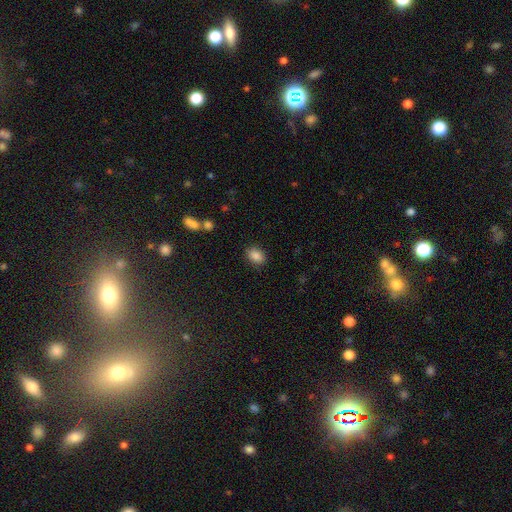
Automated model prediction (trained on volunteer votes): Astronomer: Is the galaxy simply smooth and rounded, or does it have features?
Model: smooth — 87%.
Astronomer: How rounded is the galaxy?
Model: in between — 77%.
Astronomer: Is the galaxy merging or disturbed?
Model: none — 86%.